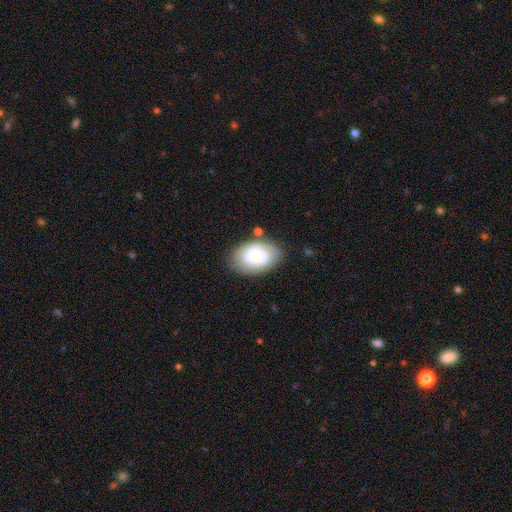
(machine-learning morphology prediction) Smooth or featured? Predicted: featured or disk (p=0.67). Edge-on disk? Predicted: no (p=0.97). Bar? Predicted: no (p=0.70). Spiral arms? Predicted: yes (p=0.90). Spiral winding? Predicted: tight (p=0.61). Spiral arm count? Predicted: 2 (p=0.49). Bulge size? Predicted: small (p=0.55). Merging? Predicted: none (p=0.75).